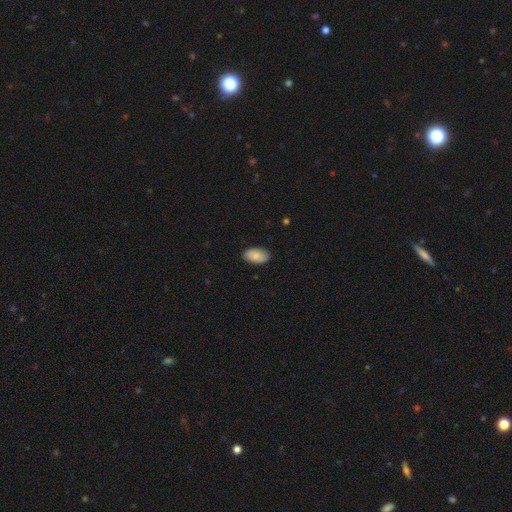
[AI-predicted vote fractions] smooth 85%, featured or disk 8%, star or artifact 6%. Down the decision tree: how rounded — in between (94%); merging — none (87%).